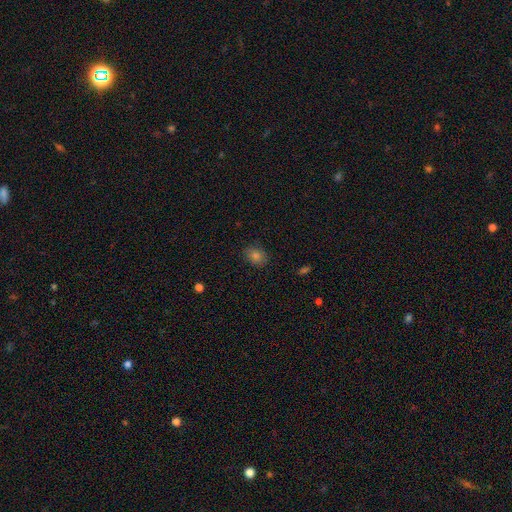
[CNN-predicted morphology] This is likely a smooth galaxy (78%). How rounded: possibly in between (56%). Merging: clearly none (85%).